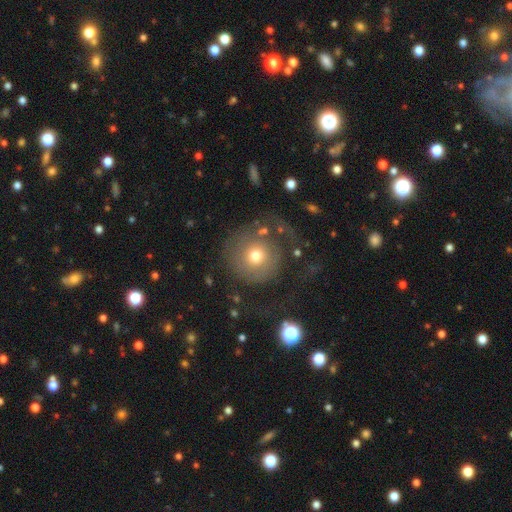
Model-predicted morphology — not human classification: smooth 53%, featured or disk 36%, star or artifact 11%. Down the decision tree: how rounded — round (92%); merging — none (48%).